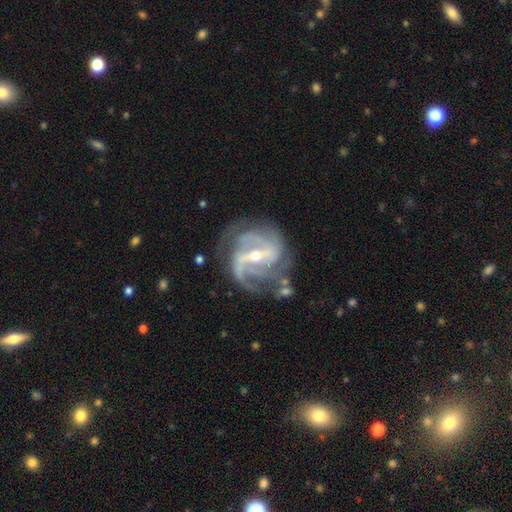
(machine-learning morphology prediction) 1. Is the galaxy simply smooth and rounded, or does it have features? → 92% featured or disk, 5% star or artifact, 3% smooth.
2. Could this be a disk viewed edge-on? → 97% no, 3% yes.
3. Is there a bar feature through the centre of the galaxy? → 59% strong, 31% weak, 10% no.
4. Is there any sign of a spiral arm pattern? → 97% yes, 3% no.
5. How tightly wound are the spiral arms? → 49% medium, 31% tight, 19% loose.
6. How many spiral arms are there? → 41% 2, 31% 3, 11% can't tell, 8% 4, 5% 1, 4% more than 4.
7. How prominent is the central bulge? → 55% small, 42% moderate, 1% large, 1% none, 1% dominant.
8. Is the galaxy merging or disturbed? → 63% none, 20% minor disturbance, 13% major disturbance, 4% merger.